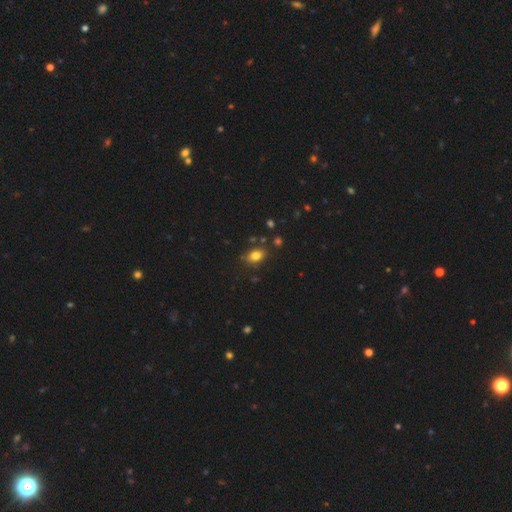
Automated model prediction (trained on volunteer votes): This is likely a smooth galaxy (79%). How rounded: likely in between (76%). Merging: likely none (78%).